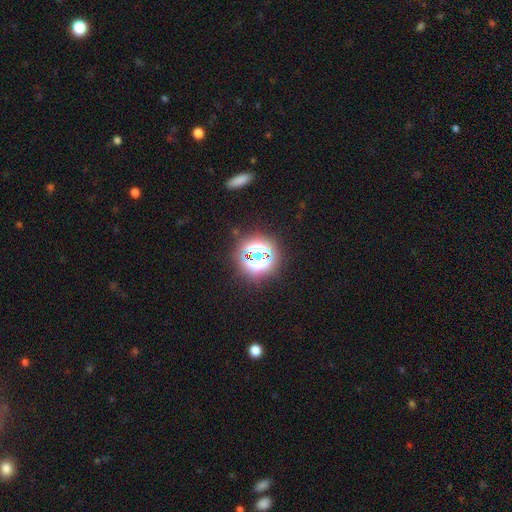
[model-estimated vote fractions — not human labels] smooth-or-featured: star or artifact: 60% | smooth: 28% | featured or disk: 12%